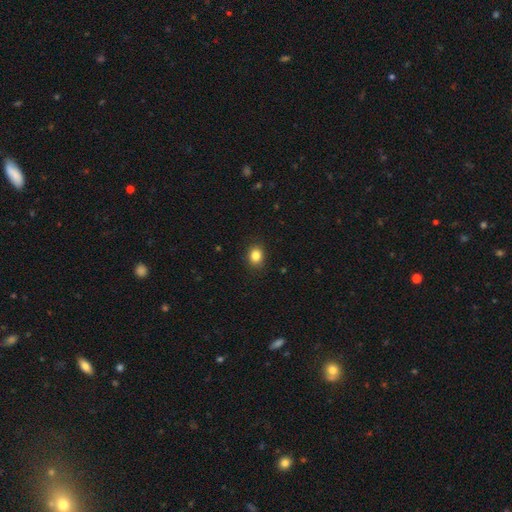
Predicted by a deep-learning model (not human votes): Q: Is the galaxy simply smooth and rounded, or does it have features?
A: smooth — 84%.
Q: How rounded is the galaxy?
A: round — 58%.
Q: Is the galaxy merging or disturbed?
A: none — 89%.